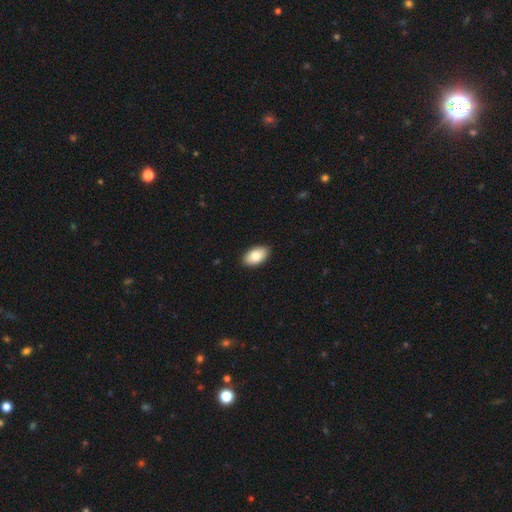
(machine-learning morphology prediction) smooth_or_featured: smooth (p=0.82) [alt: featured or disk p=0.12]
how_rounded: in between (p=0.94) [alt: round p=0.05]
merging: none (p=0.90) [alt: minor disturbance p=0.07]